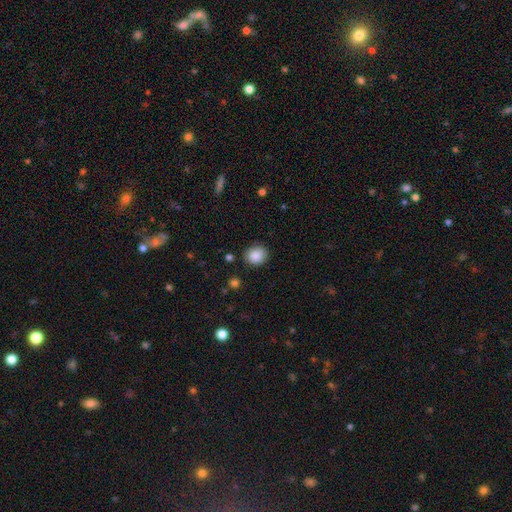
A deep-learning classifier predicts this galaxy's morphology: smooth-or-featured: smooth: 87% | star or artifact: 9% | featured or disk: 4%
  how-rounded: round: 71% | in between: 28% | cigar-shaped: 1%
  merging: none: 85% | minor disturbance: 11% | major disturbance: 3% | merger: 2%